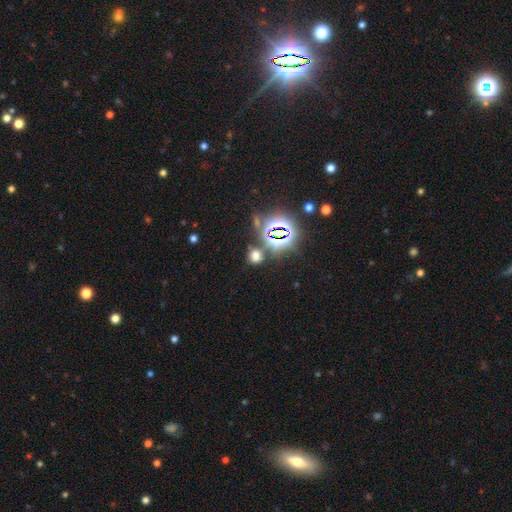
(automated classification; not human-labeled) Morphology: type=smooth (53%); roundness=round (70%); merging=none (76%).